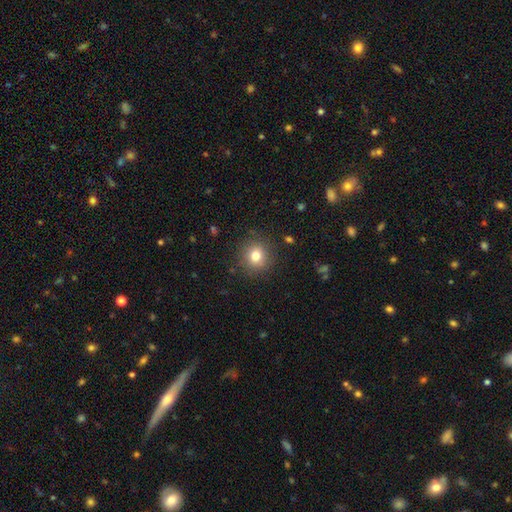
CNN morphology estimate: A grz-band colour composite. It shows a smooth galaxy with no disk features (79%) that is round (90%). Merging: none (88%).